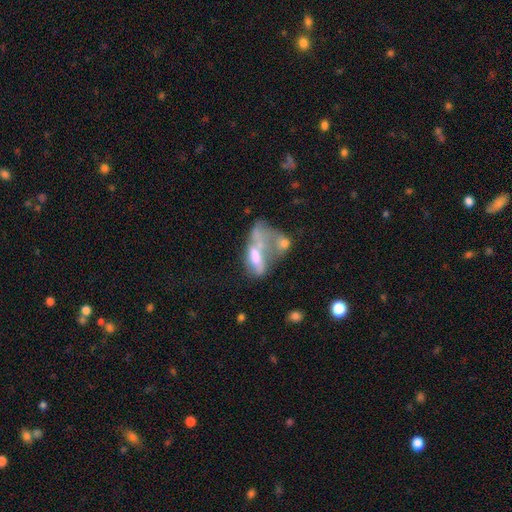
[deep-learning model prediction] Morphology: type=smooth (45%); merging=merger (54%).